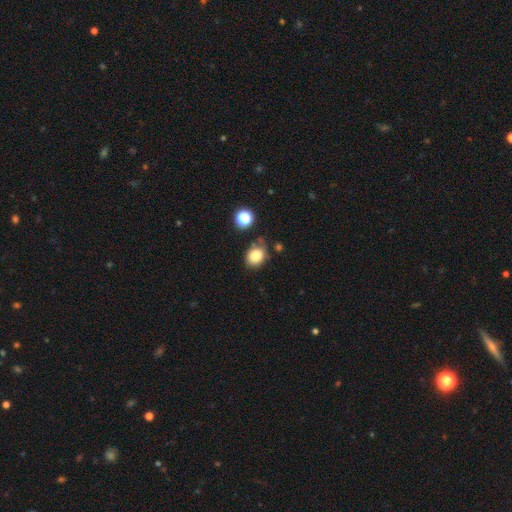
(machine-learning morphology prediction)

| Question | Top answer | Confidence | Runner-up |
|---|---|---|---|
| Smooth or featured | smooth | 83% | star or artifact (11%) |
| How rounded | in between | 54% | round (45%) |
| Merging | none | 66% | minor disturbance (22%) |